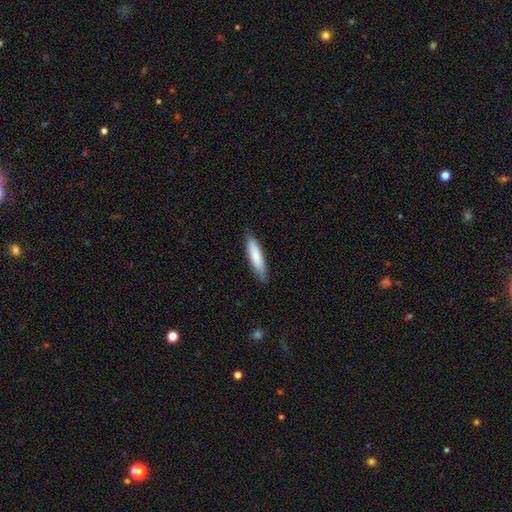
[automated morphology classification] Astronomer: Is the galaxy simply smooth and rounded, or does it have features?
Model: smooth — 81%.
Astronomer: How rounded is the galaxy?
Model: cigar-shaped — 77%.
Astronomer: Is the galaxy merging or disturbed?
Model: none — 86%.